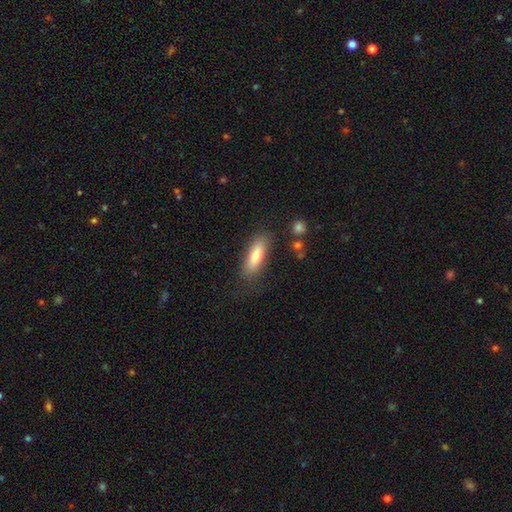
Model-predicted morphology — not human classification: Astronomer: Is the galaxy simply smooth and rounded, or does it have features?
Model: smooth — 75%.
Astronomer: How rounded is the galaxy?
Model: in between — 55% (runner-up: cigar-shaped, 43%).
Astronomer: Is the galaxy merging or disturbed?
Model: none — 78%.